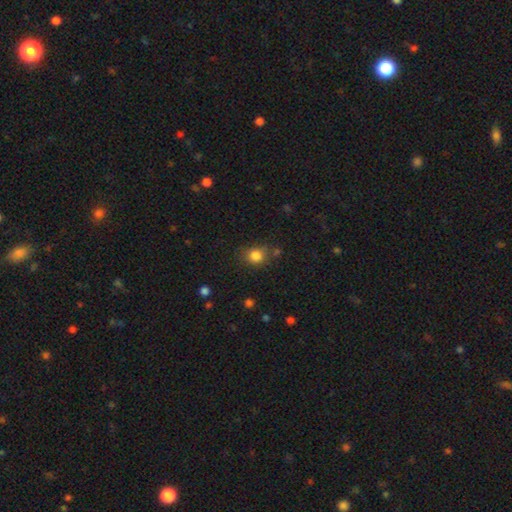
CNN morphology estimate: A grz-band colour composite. It shows a smooth galaxy with no disk features (84%) that is round (73%). Merging: none (75%).